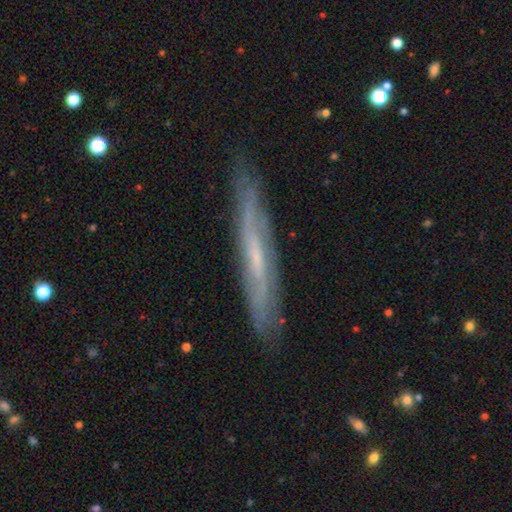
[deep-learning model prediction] The model was most divided on "smooth or featured": featured or disk: 66%, smooth: 27%, star or artifact: 7%. More confident: merging — none (82%); edge-on disk — yes (77%); edge-on bulge — none (72%).